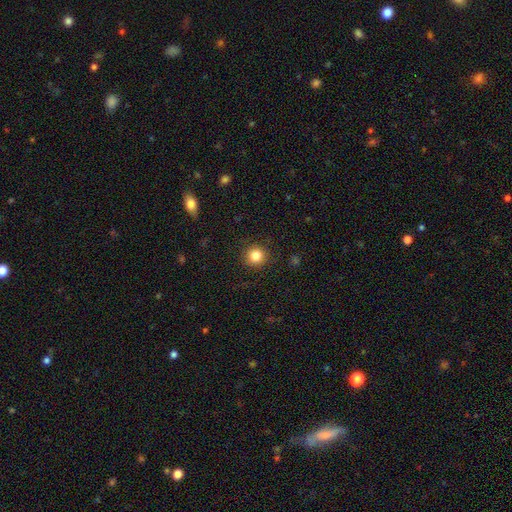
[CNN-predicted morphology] Overall: smooth (84%). How rounded: round (93%). Merging: none (90%).